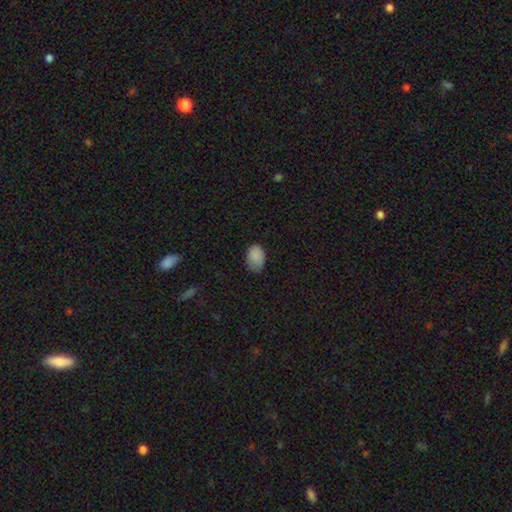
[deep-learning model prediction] smooth-or-featured: smooth: 86% | star or artifact: 9% | featured or disk: 5%
  how-rounded: in between: 84% | round: 15% | cigar-shaped: 1%
  merging: none: 65% | minor disturbance: 29% | major disturbance: 5% | merger: 1%